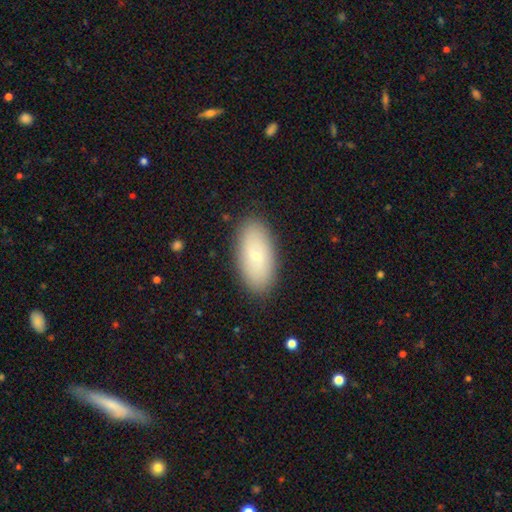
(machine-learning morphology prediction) Overall: smooth (67%). How rounded: in between (91%). Merging: none (88%).